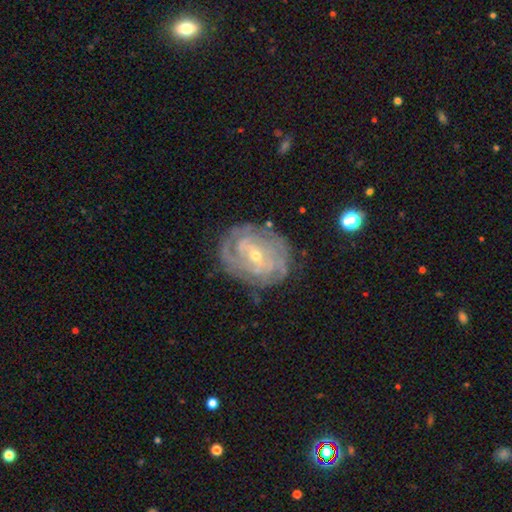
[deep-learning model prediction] The model was most divided on "bar": weak: 45%, no: 38%, strong: 16%. Remaining: edge-on disk — no (96%); spiral arms — yes (92%); smooth or featured — featured or disk (85%); spiral winding — tight (74%); merging — none (73%); bulge size — small (62%); spiral arm count — can't tell (43%).